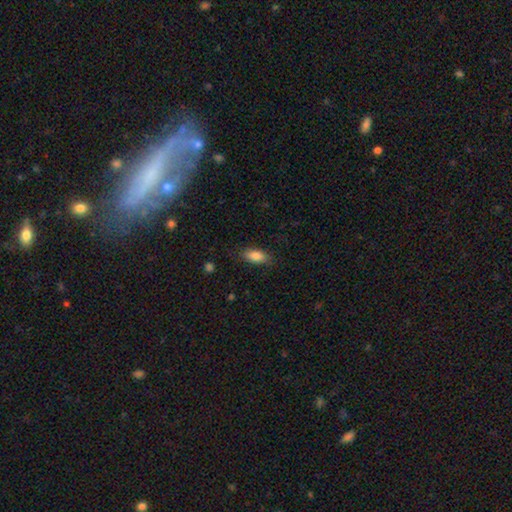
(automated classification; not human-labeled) smooth_or_featured: smooth (p=0.84) [alt: featured or disk p=0.09]
how_rounded: in between (p=0.87) [alt: cigar-shaped p=0.10]
merging: none (p=0.82) [alt: minor disturbance p=0.13]